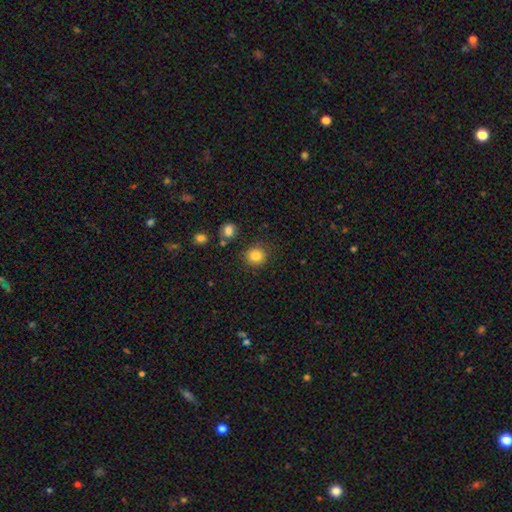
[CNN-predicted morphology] Q: Smooth or featured?
A: smooth (84%); runner-up: star or artifact (11%)
Q: How rounded?
A: round (89%); runner-up: in between (10%)
Q: Merging?
A: none (86%); runner-up: minor disturbance (8%)